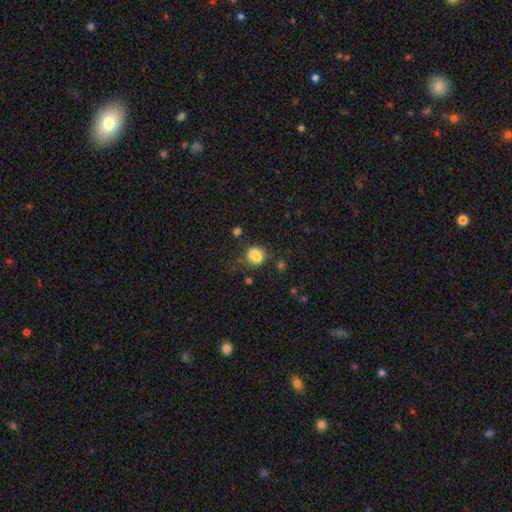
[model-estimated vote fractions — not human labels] Morphology: type=smooth (74%); roundness=round (76%); merging=none (45%).